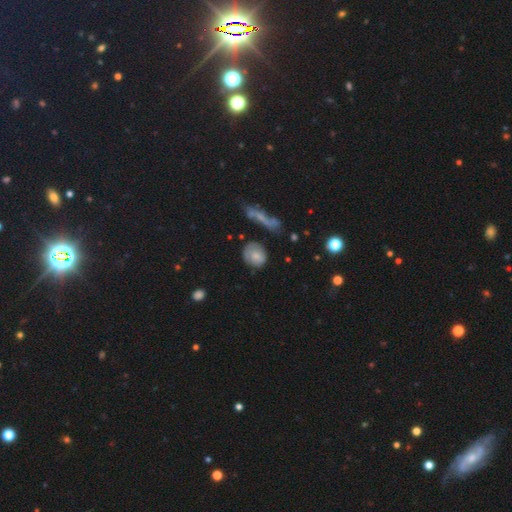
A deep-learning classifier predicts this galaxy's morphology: Overall: smooth (67%). How rounded: round (65%; in between 32%). Merging: none (57%; minor disturbance 25%).